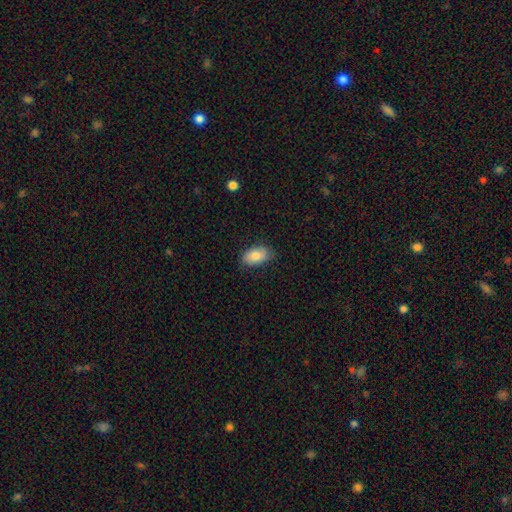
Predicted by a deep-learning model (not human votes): A smooth galaxy with no disk features (81%) that is in between round and cigar-shaped (92%). Merging: none (81%).